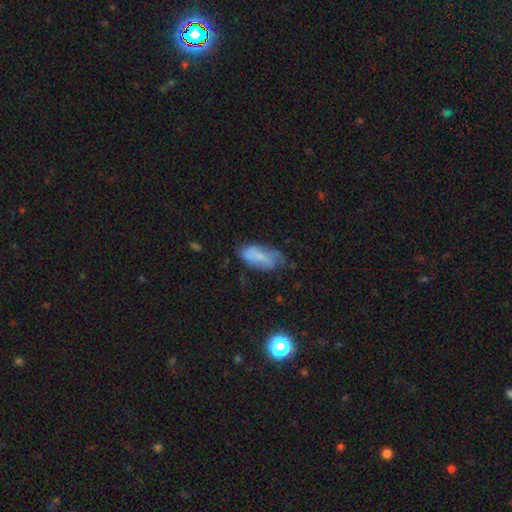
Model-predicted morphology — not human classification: smooth 63%, featured or disk 28%, star or artifact 8%. Down the decision tree: how rounded — in between (90%); merging — none (37%, tied with minor disturbance).